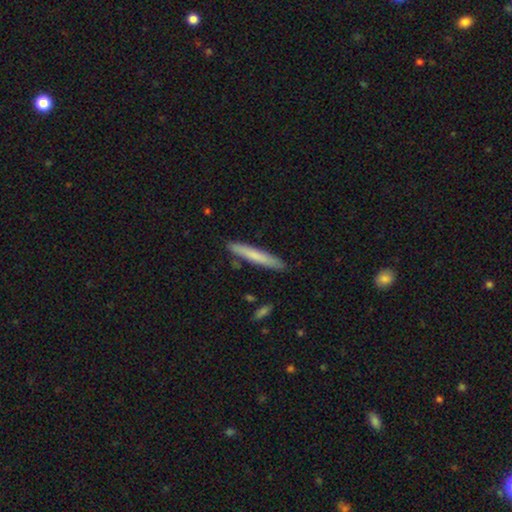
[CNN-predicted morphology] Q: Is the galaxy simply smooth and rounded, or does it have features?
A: smooth — 73%.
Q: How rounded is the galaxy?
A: cigar-shaped — 95%.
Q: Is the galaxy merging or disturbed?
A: none — 87%.